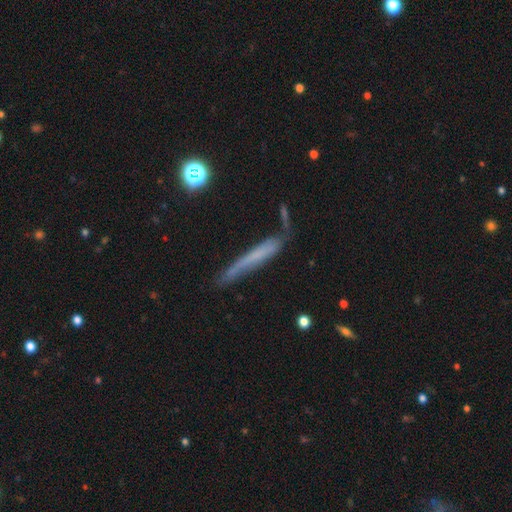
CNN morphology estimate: Q: Smooth or featured?
A: smooth (46%); runner-up: featured or disk (43%)
Q: Merging?
A: none (54%); runner-up: minor disturbance (27%)